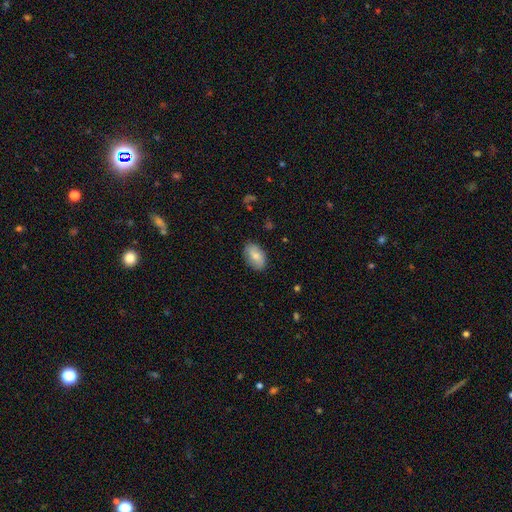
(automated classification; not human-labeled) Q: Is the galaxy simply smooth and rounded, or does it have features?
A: smooth — 78%.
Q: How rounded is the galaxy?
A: in between — 91%.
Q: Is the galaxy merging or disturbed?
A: none — 83%.